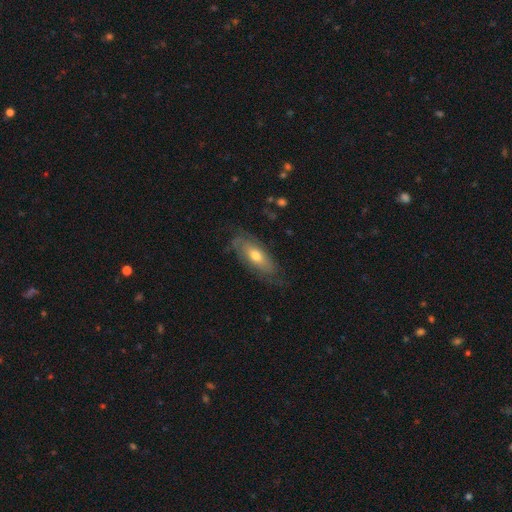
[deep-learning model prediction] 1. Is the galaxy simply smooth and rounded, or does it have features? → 51% featured or disk, 43% smooth, 6% star or artifact.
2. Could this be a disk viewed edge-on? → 76% no, 24% yes.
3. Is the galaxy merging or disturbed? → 70% none, 21% minor disturbance, 8% major disturbance, 1% merger.